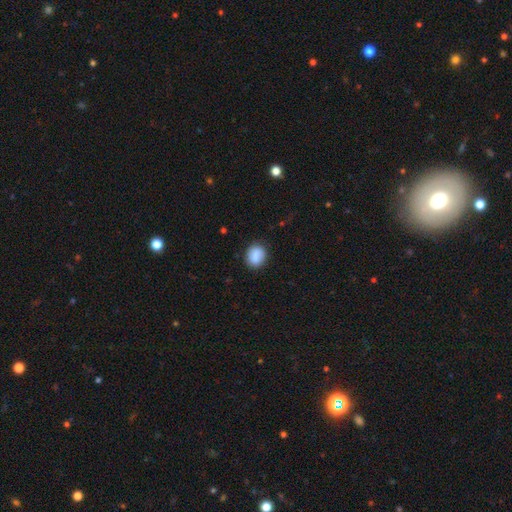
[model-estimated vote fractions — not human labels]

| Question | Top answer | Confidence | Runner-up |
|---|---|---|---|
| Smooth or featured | smooth | 85% | star or artifact (8%) |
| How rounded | round | 59% | in between (40%) |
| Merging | none | 82% | minor disturbance (13%) |